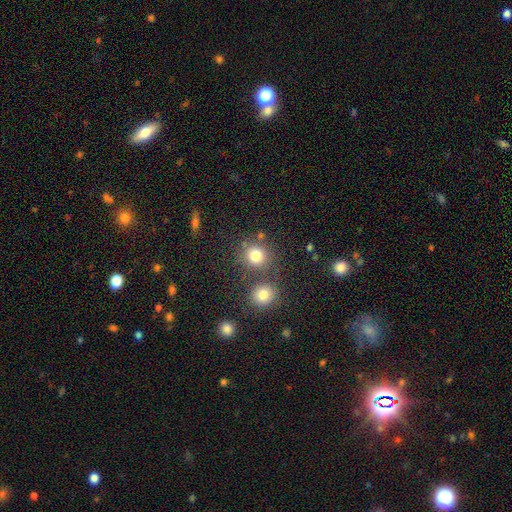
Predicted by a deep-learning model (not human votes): smooth-or-featured: smooth: 78% | star or artifact: 15% | featured or disk: 7%
  how-rounded: round: 86% | in between: 12% | cigar-shaped: 1%
  merging: none: 71% | merger: 16% | minor disturbance: 9% | major disturbance: 4%